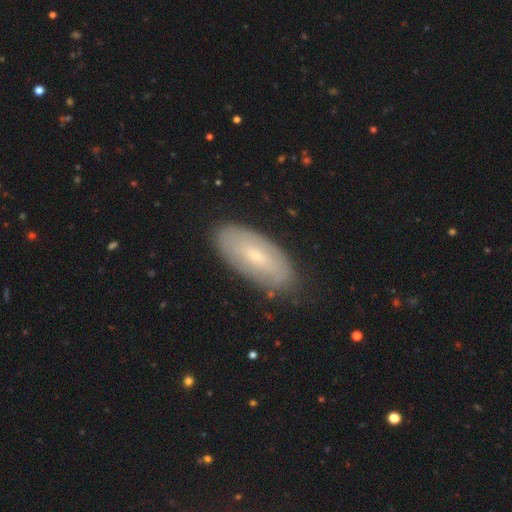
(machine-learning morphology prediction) smooth_or_featured: smooth (p=0.50) [alt: featured or disk p=0.42]
how_rounded: in between (p=0.84) [alt: cigar-shaped p=0.13]
merging: none (p=0.82) [alt: minor disturbance p=0.14]